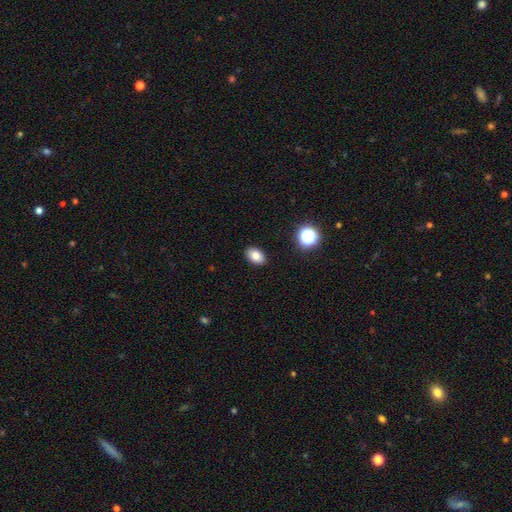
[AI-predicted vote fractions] Smooth or featured: smooth — 80% (star or artifact — 10%)
How rounded: in between — 87% (round — 12%)
Merging: none — 89% (minor disturbance — 8%)